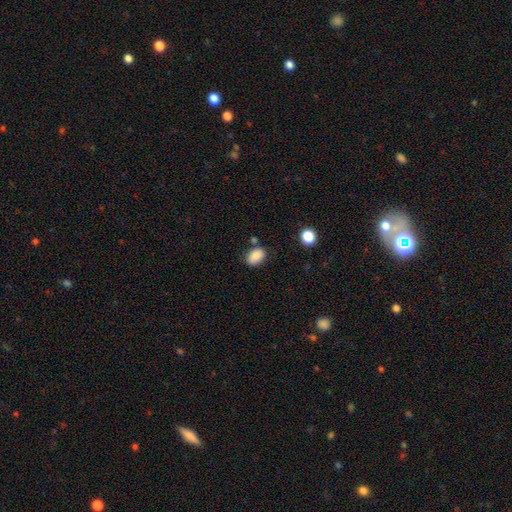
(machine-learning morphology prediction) smooth_or_featured: smooth (p=0.87) [alt: star or artifact p=0.09]
how_rounded: in between (p=0.81) [alt: round p=0.18]
merging: none (p=0.72) [alt: minor disturbance p=0.17]